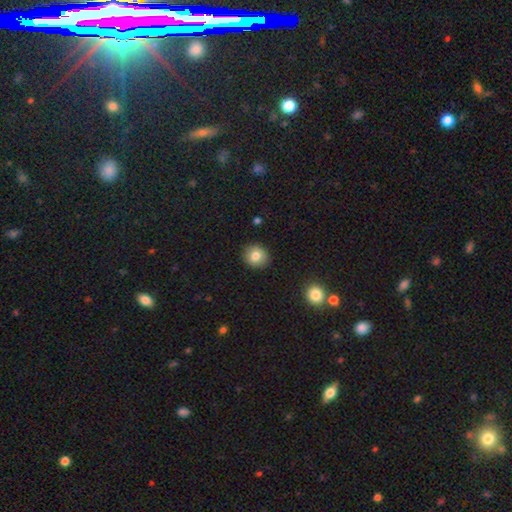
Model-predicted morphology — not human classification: A smooth galaxy with no disk features (81%) that is round (85%). Merging: none (90%).